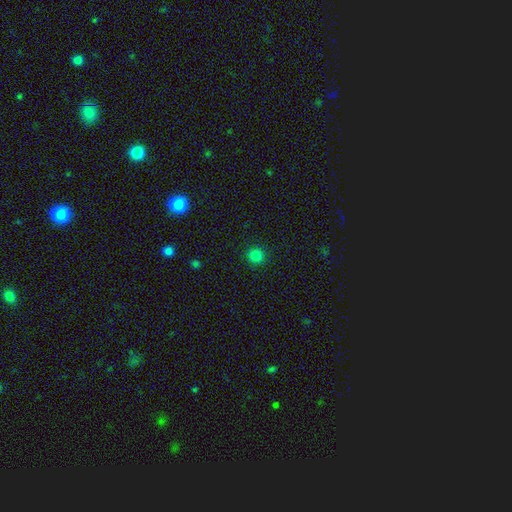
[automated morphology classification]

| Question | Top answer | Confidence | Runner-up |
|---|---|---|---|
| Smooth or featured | smooth | 82% | star or artifact (15%) |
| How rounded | round | 94% | in between (5%) |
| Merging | none | 92% | minor disturbance (5%) |